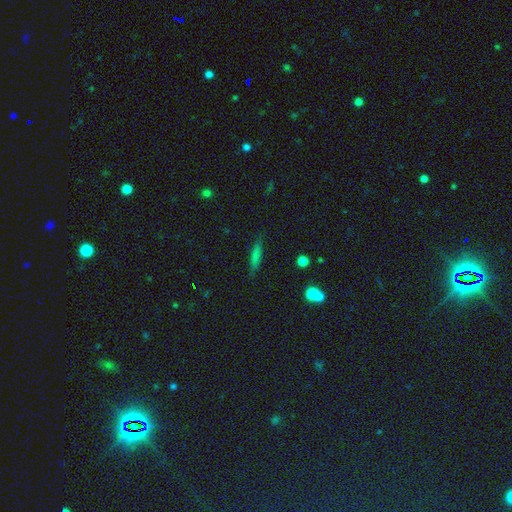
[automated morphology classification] smooth_or_featured: smooth (p=0.69) [alt: featured or disk p=0.19]
how_rounded: cigar-shaped (p=0.82) [alt: in between p=0.16]
merging: none (p=0.83) [alt: minor disturbance p=0.12]